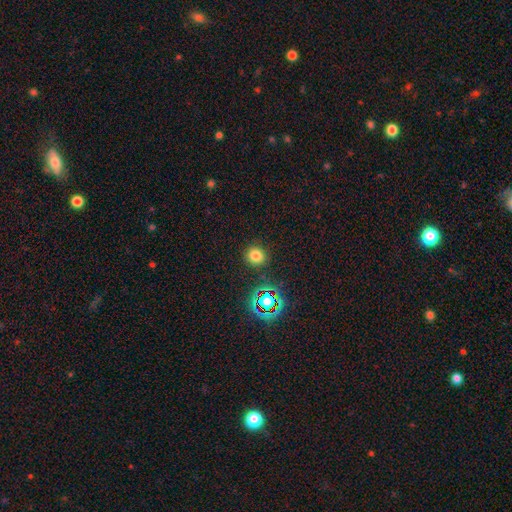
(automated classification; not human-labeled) Smooth or featured? Predicted: smooth (p=0.74). How rounded? Predicted: round (p=0.91). Merging? Predicted: none (p=0.89).